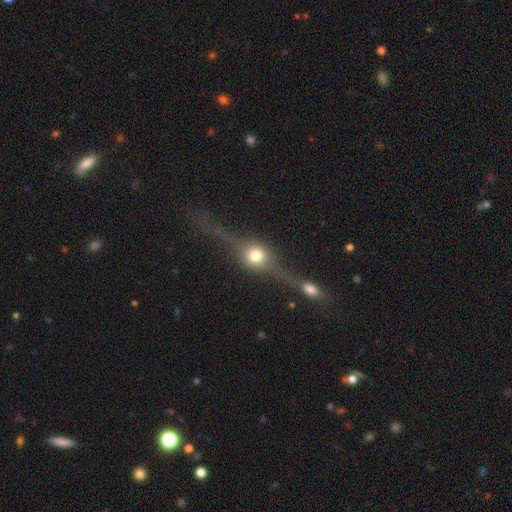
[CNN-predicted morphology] smooth-or-featured: featured or disk: 69% | smooth: 22% | star or artifact: 9%
  disk-edge-on: yes: 90% | no: 10%
    edge-on-bulge: rounded: 96% | boxy: 2% | none: 1%
  merging: none: 63% | merger: 14% | minor disturbance: 14% | major disturbance: 9%